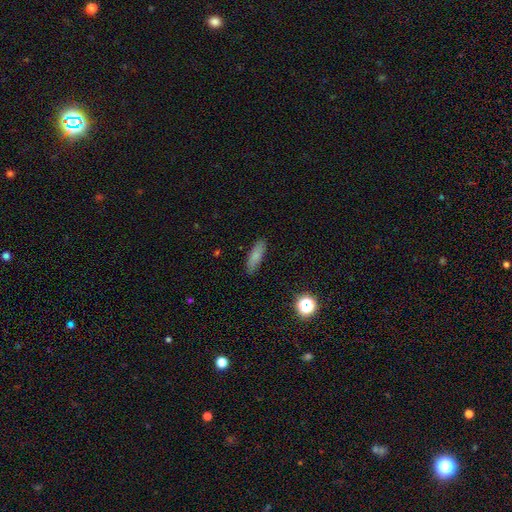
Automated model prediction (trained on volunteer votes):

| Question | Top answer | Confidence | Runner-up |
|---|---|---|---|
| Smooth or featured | smooth | 81% | featured or disk (10%) |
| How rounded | cigar-shaped | 49% | in between (48%) |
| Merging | none | 88% | minor disturbance (9%) |